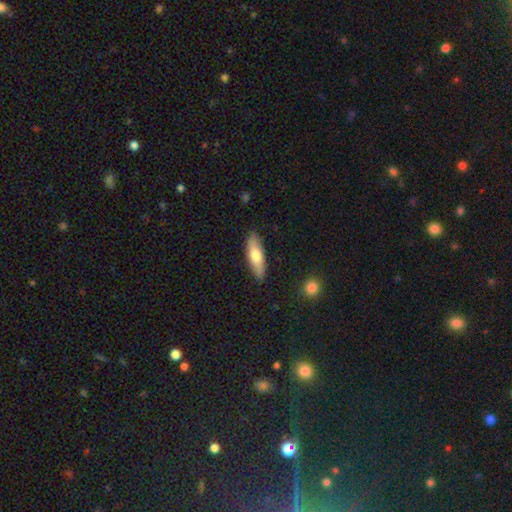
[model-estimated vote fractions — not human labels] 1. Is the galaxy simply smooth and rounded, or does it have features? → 66% smooth, 29% featured or disk, 5% star or artifact.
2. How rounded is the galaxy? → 50% cigar-shaped, 47% in between, 2% round.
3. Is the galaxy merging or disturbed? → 87% none, 10% minor disturbance, 2% major disturbance, 1% merger.